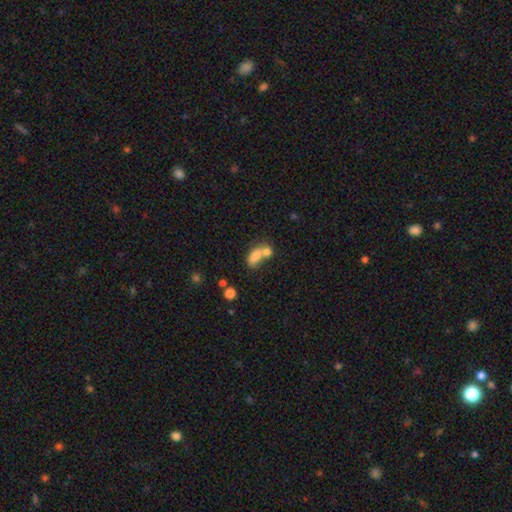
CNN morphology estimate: Smooth or featured: smooth — 75% (featured or disk — 14%)
How rounded: in between — 82% (round — 13%)
Merging: merger — 60% (none — 24%)